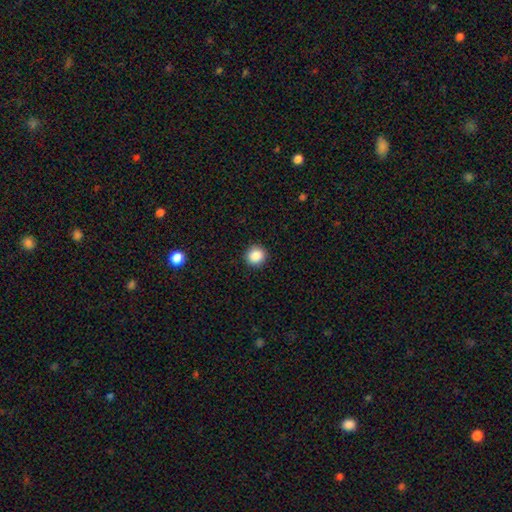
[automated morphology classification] The model was most divided on "smooth or featured": smooth: 88%, star or artifact: 9%, featured or disk: 3%. More confident: how rounded — round (93%); merging — none (92%).